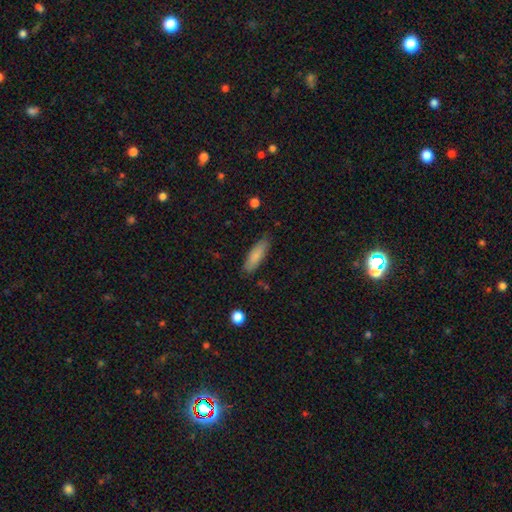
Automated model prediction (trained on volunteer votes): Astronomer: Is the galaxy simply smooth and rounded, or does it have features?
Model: smooth — 83%.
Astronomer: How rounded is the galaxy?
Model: cigar-shaped — 51% (runner-up: in between, 47%).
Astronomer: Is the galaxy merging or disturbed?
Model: none — 85%.